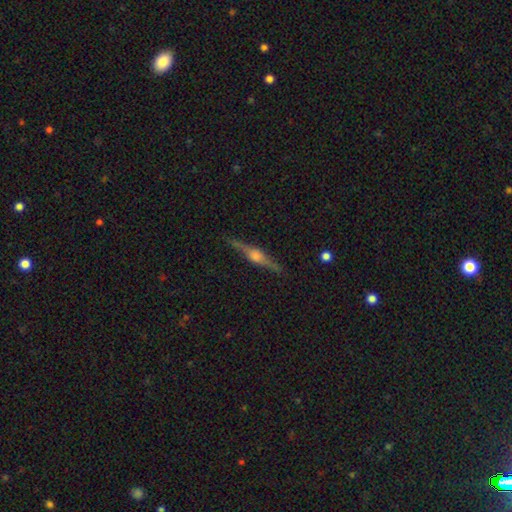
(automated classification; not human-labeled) Q: Smooth or featured?
A: featured or disk (84%); runner-up: smooth (10%)
Q: Edge-on disk?
A: yes (98%); runner-up: no (2%)
Q: Edge-on bulge?
A: rounded (90%); runner-up: boxy (8%)
Q: Merging?
A: none (90%); runner-up: minor disturbance (7%)